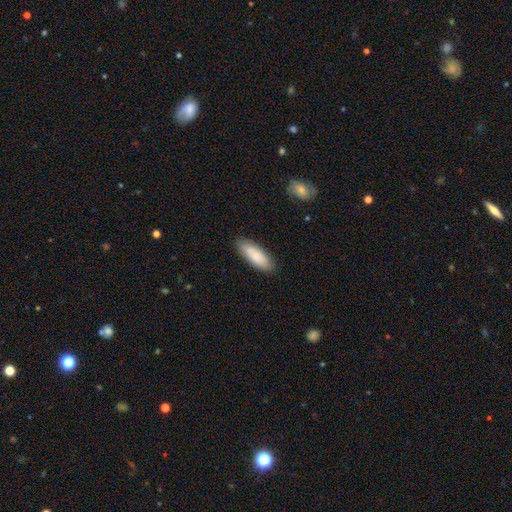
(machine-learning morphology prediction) This appears to be a smooth galaxy with no disk features (76%) that is in between round and cigar-shaped (70%). Merging: none (84%).